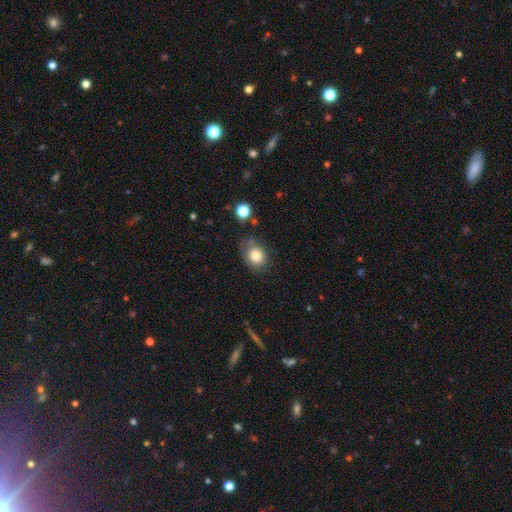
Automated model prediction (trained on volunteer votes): Smooth or featured?
  - smooth: 81% *
  - star or artifact: 10%
  - featured or disk: 8%
How rounded?
  - round: 59% *
  - in between: 40%
  - cigar-shaped: 1%
Merging?
  - none: 66% *
  - minor disturbance: 21%
  - merger: 7%
  - major disturbance: 6%